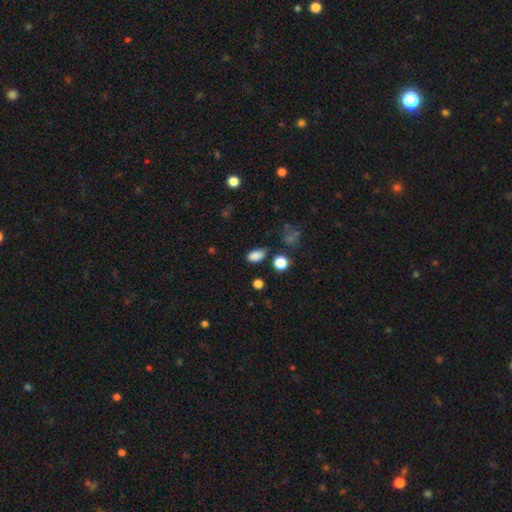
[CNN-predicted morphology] This is clearly a smooth galaxy (84%). How rounded: clearly in between (87%). Merging: likely none (74%).